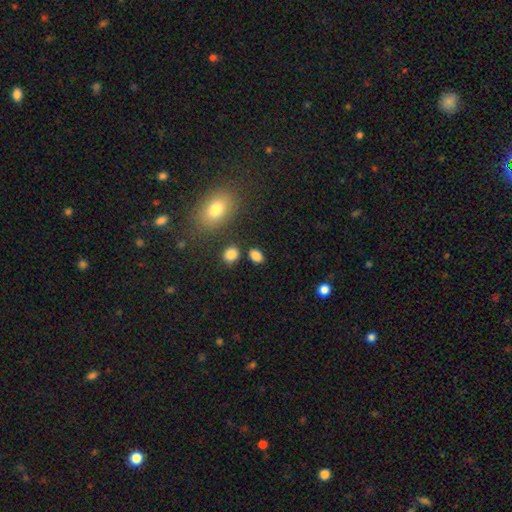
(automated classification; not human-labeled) This is clearly a smooth galaxy (85%). How rounded: likely in between (77%). Merging: likely none (79%).